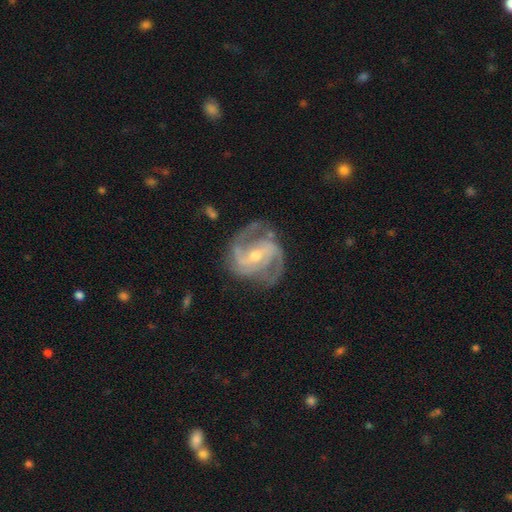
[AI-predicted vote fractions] smooth-or-featured: featured or disk: 92% | star or artifact: 4% | smooth: 4%
  disk-edge-on: no: 98% | yes: 2%
    bar: weak: 43% | strong: 32% | no: 25%
    has-spiral-arms: yes: 98% | no: 2%
      spiral-winding: medium: 56% | tight: 31% | loose: 13%
      spiral-arm-count: 2: 56% | 3: 28% | can't tell: 6% | 4: 4% | 1: 3% | more than 4: 3%
    bulge-size: small: 51% | moderate: 45% | large: 1% | none: 1% | dominant: 1%
  merging: none: 72% | minor disturbance: 18% | major disturbance: 8% | merger: 2%